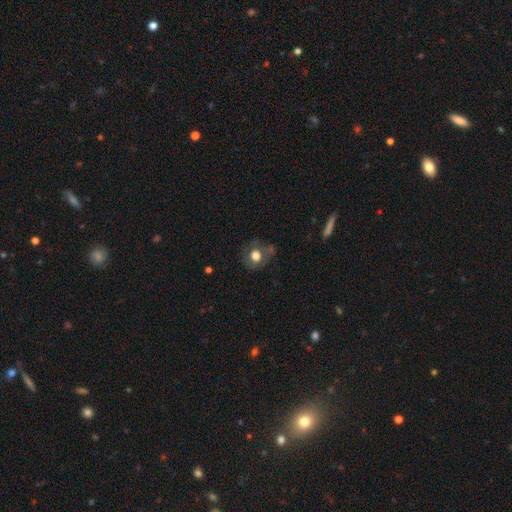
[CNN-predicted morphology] type=smooth (62%); roundness=round (77%); merging=none (64%).